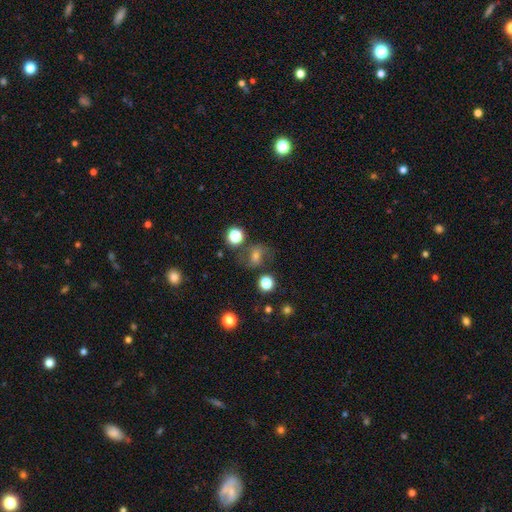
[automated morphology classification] Smooth or featured?
  - smooth: 46% *
  - featured or disk: 36%
  - star or artifact: 18%
Merging?
  - none: 64% *
  - minor disturbance: 18%
  - major disturbance: 11%
  - merger: 7%